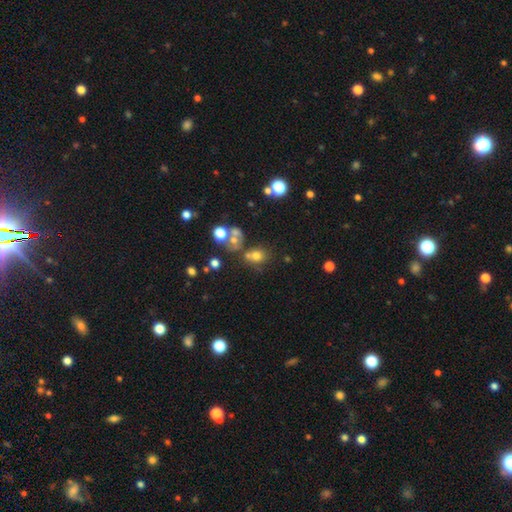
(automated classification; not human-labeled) smooth_or_featured: smooth (p=0.66) [alt: star or artifact p=0.19]
how_rounded: round (p=0.70) [alt: in between p=0.29]
merging: none (p=0.49) [alt: merger p=0.30]